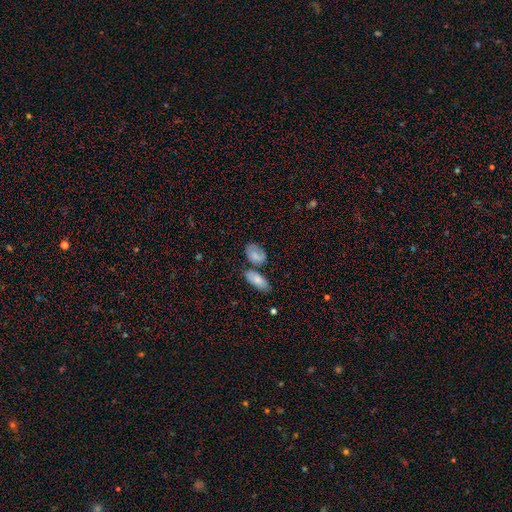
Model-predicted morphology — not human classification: The model was most divided on "merging": none: 48%, merger: 23%, minor disturbance: 21%, major disturbance: 8%. More confident: how rounded — in between (86%); smooth or featured — smooth (76%).